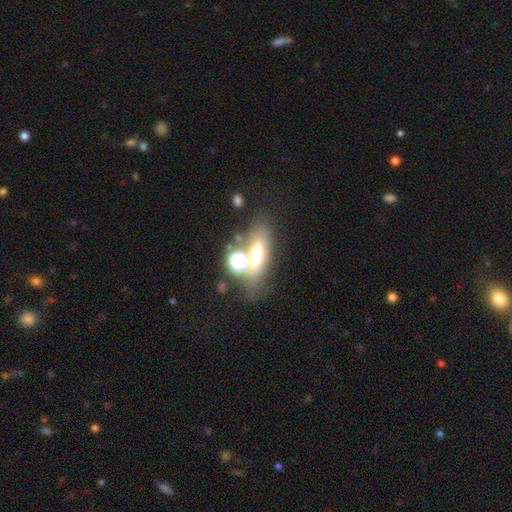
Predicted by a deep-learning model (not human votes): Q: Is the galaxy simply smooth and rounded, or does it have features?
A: smooth — 52%.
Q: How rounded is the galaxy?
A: in between — 56%.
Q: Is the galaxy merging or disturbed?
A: none — 51%.